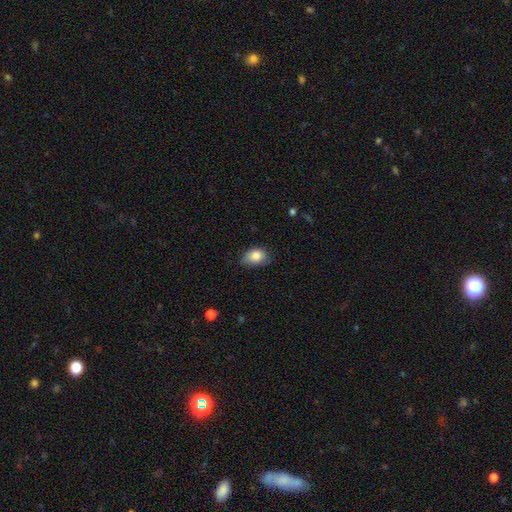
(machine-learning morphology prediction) This appears to be a smooth galaxy with no disk features (84%) that is in between round and cigar-shaped (81%). Merging: none (61%).